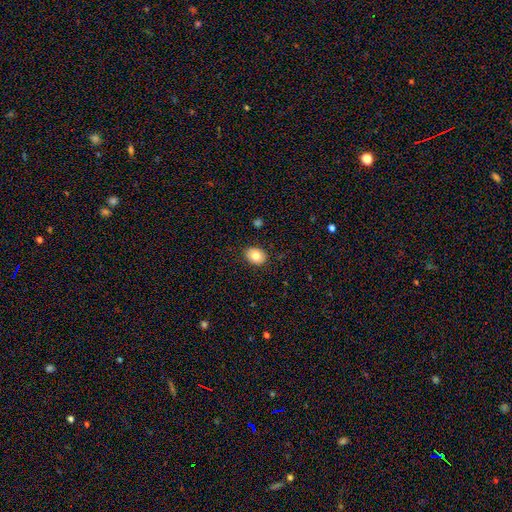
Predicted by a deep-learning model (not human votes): Morphology: type=smooth (81%); roundness=in between (54%); merging=none (88%).